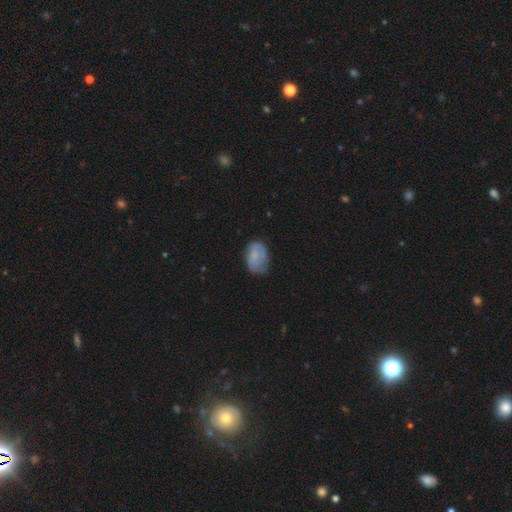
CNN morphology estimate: A smooth galaxy with no disk features (58%) that is in between round and cigar-shaped (79%). Merging: none (56%).